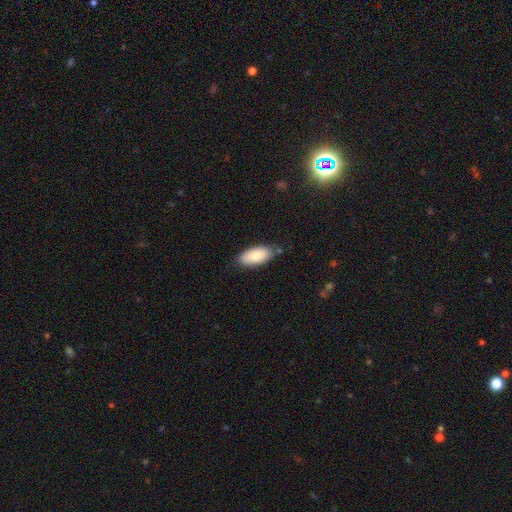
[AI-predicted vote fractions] This is clearly a smooth galaxy (84%). How rounded: clearly in between (90%). Merging: likely none (75%).